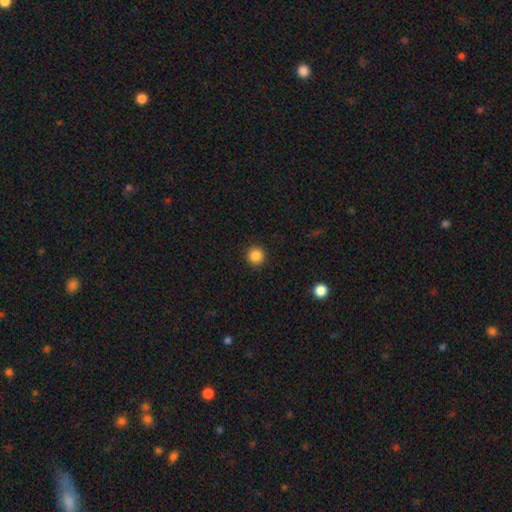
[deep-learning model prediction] Overall: smooth (86%). How rounded: round (95%). Merging: none (93%).